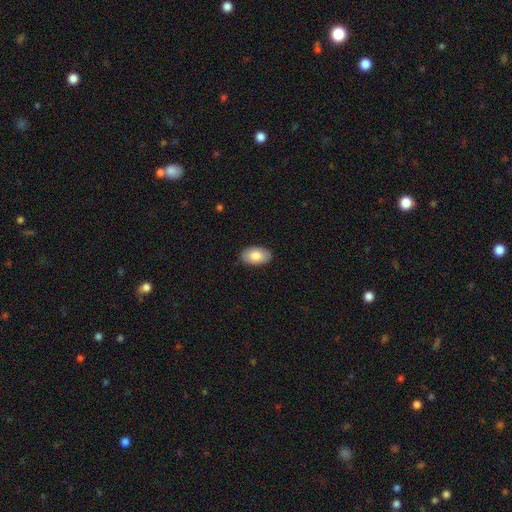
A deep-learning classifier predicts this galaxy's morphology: Smooth or featured? smooth (84%)
How rounded? in between (94%)
Merging? none (88%)